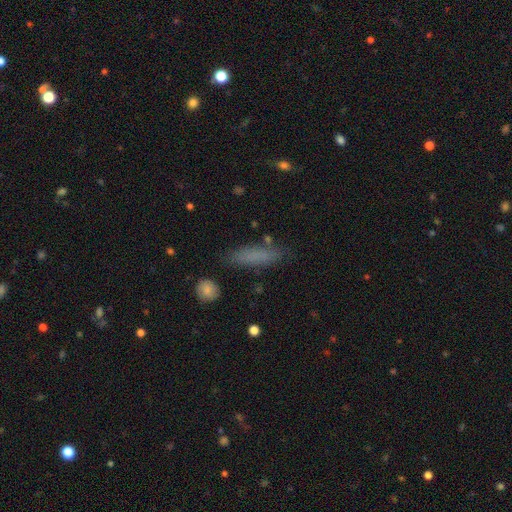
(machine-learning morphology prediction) smooth 74%, featured or disk 15%, star or artifact 11%. Down the decision tree: how rounded — cigar-shaped (72%); merging — none (79%).